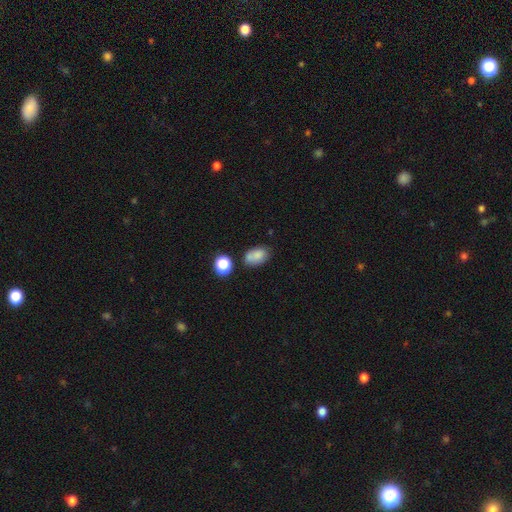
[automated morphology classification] Smooth or featured? smooth (79%)
How rounded? in between (82%)
Merging? none (56%)